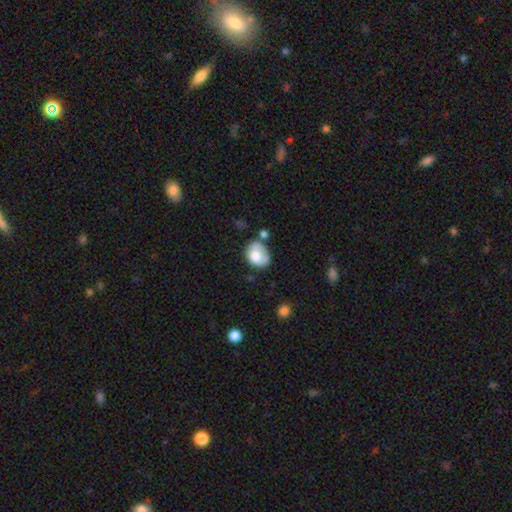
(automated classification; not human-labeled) This is likely a smooth galaxy (69%). How rounded: likely in between (62%). Merging: marginally none (42%).